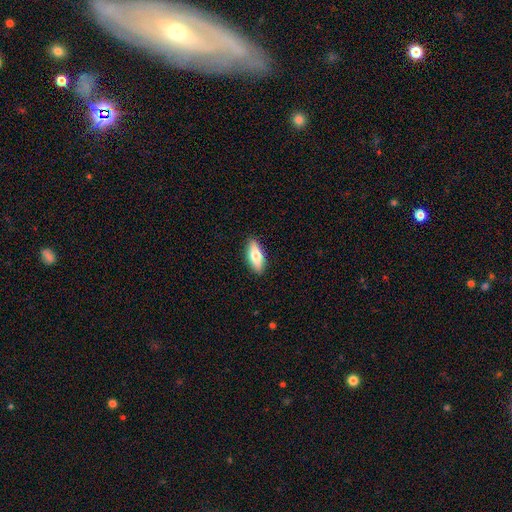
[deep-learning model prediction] A smooth galaxy with no disk features (70%) that is in between round and cigar-shaped (69%).

Vote fractions:
- Smooth or featured? smooth: 70% / featured or disk: 24% / star or artifact: 6%
- How rounded? in between: 69% / cigar-shaped: 28% / round: 3%
- Merging? none: 89% / minor disturbance: 8% / major disturbance: 2% / merger: 1%